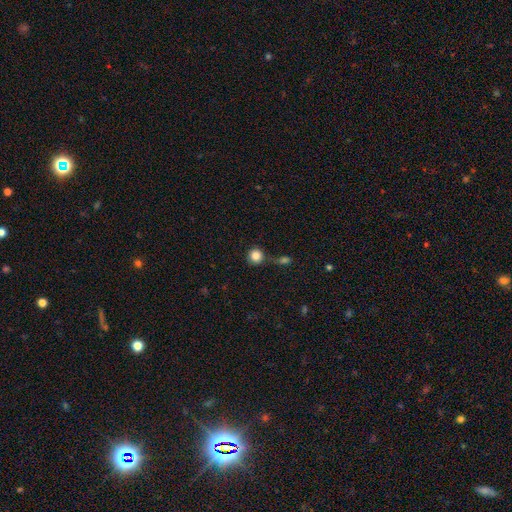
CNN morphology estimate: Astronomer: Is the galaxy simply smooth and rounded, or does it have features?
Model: smooth — 84%.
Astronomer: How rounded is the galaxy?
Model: round — 92%.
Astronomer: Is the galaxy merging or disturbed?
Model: none — 66%.